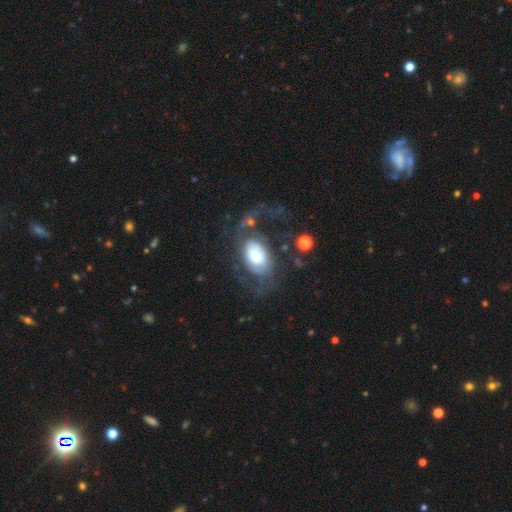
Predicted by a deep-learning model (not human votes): A featured or disk galaxy (65%) with no bar (70%), spiral arms (78%) and a large central bulge (40%).

Vote fractions:
- Smooth or featured? featured or disk: 65% / smooth: 29% / star or artifact: 7%
- Edge-on disk? no: 95% / yes: 5%
- Bar? no: 70% / weak: 24% / strong: 7%
- Spiral arms? yes: 78% / no: 22%
- Bulge size? large: 40% / moderate: 39% / small: 10% / dominant: 9% / none: 2%
- Merging? none: 42% / major disturbance: 36% / minor disturbance: 18% / merger: 5%